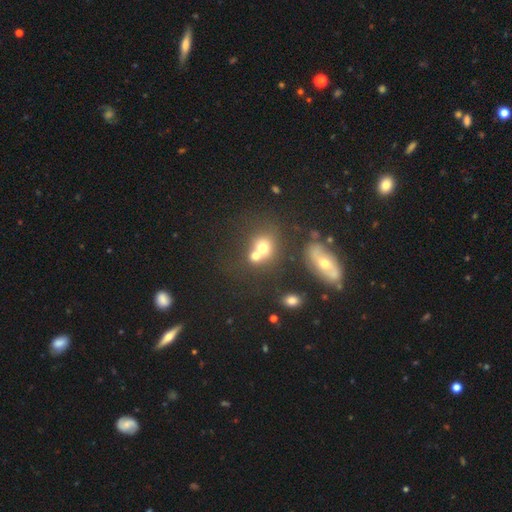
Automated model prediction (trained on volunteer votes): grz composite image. It shows a smooth galaxy with no disk features (65%) that is round (68%). Merging: merger (55%).